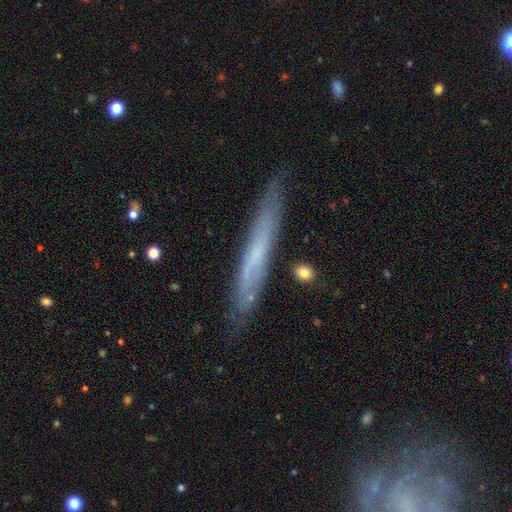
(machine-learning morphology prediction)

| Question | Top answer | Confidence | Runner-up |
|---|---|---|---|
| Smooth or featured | featured or disk | 56% | smooth (37%) |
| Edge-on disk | yes | 80% | no (20%) |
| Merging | none | 80% | minor disturbance (15%) |